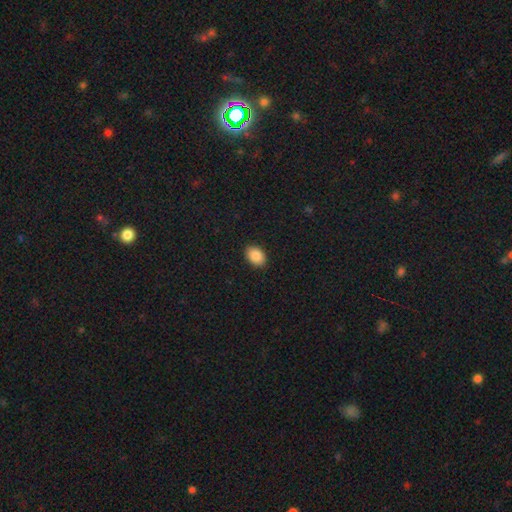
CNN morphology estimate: smooth-or-featured: smooth: 89% | star or artifact: 7% | featured or disk: 4%
  how-rounded: in between: 81% | round: 18% | cigar-shaped: 1%
  merging: none: 90% | minor disturbance: 7% | major disturbance: 2% | merger: 1%